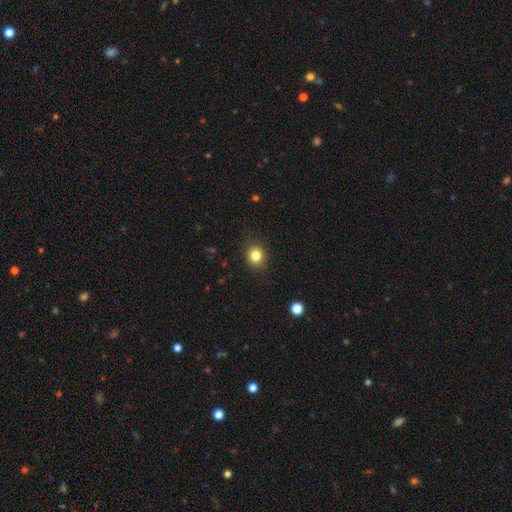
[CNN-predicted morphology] Overall: smooth (82%). How rounded: round (72%). Merging: none (86%).